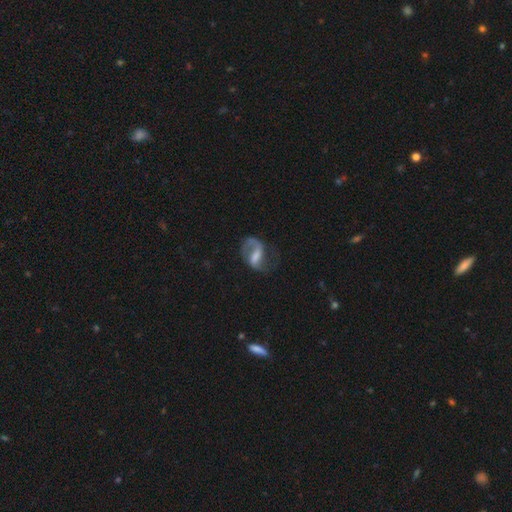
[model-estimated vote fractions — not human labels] Smooth or featured: featured or disk — 72% (smooth — 20%)
Edge-on disk: no — 97% (yes — 3%)
Bar: weak — 44% (strong — 37%)
Spiral arms: yes — 87% (no — 13%)
Spiral winding: loose — 51% (medium — 39%)
Spiral arm count: 2 — 64% (1 — 28%)
Bulge size: none — 32% (moderate — 29%)
Merging: none — 47% (major disturbance — 30%)